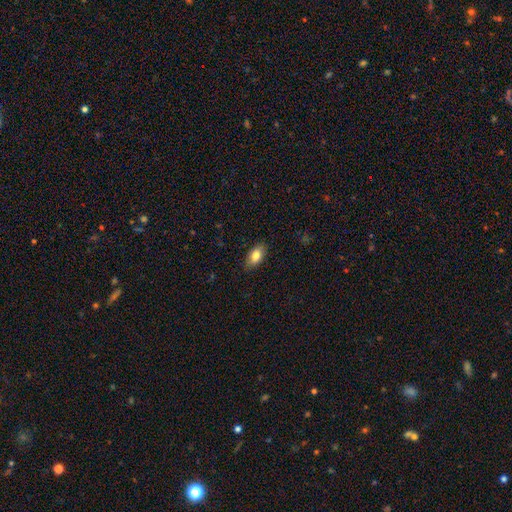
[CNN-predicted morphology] type=smooth (81%); roundness=in between (90%); merging=none (87%).